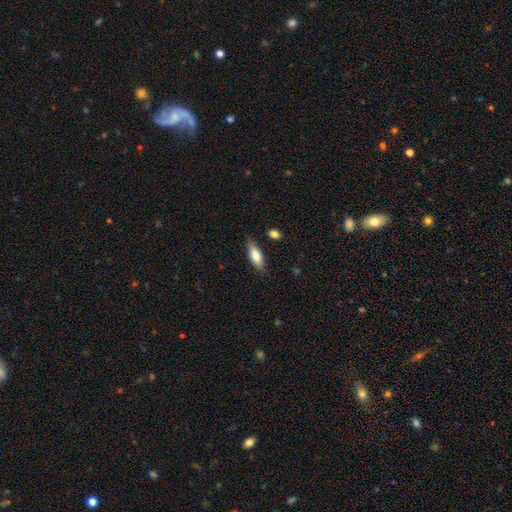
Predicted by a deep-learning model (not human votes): A smooth galaxy with no disk features (76%) that is in between round and cigar-shaped (61%).

Vote fractions:
- Smooth or featured? smooth: 76% / featured or disk: 18% / star or artifact: 6%
- How rounded? in between: 61% / cigar-shaped: 37% / round: 2%
- Merging? none: 80% / minor disturbance: 15% / major disturbance: 3% / merger: 2%